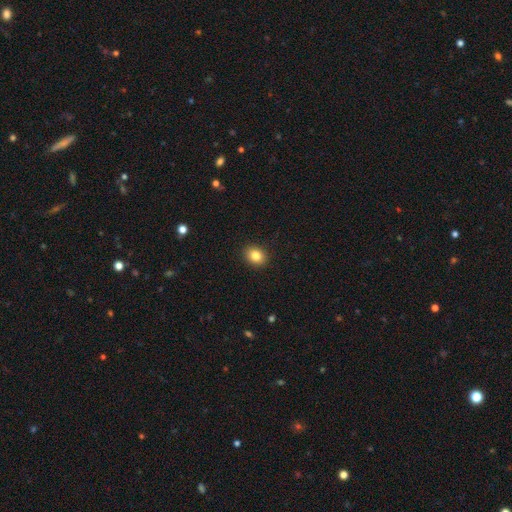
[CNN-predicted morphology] type=smooth (84%); roundness=round (51%); merging=none (91%).